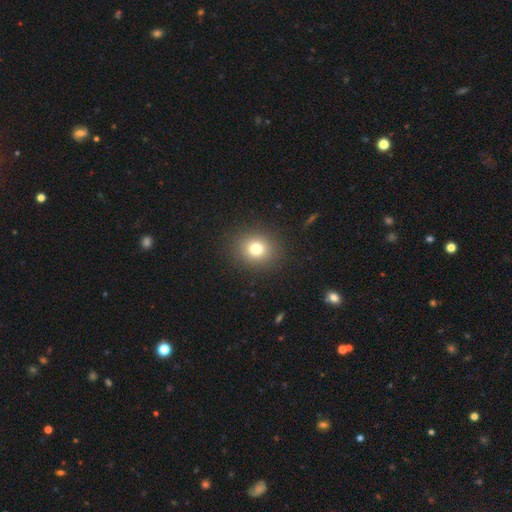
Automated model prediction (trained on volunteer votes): Smooth or featured: smooth — 70% (star or artifact — 24%)
How rounded: round — 81% (in between — 18%)
Merging: none — 92% (minor disturbance — 5%)